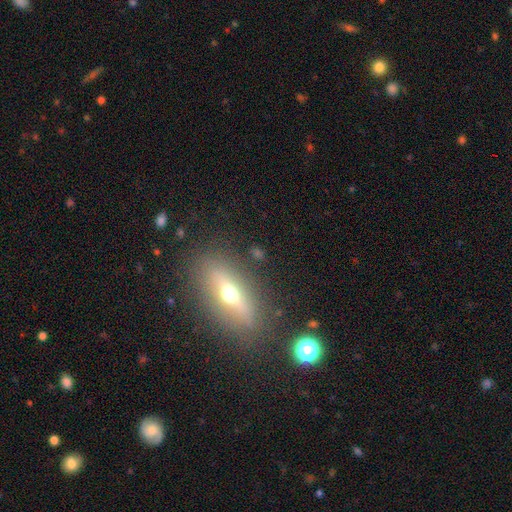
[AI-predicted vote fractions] smooth_or_featured: featured or disk (p=0.47) [alt: smooth p=0.39]
merging: none (p=0.81) [alt: minor disturbance p=0.11]